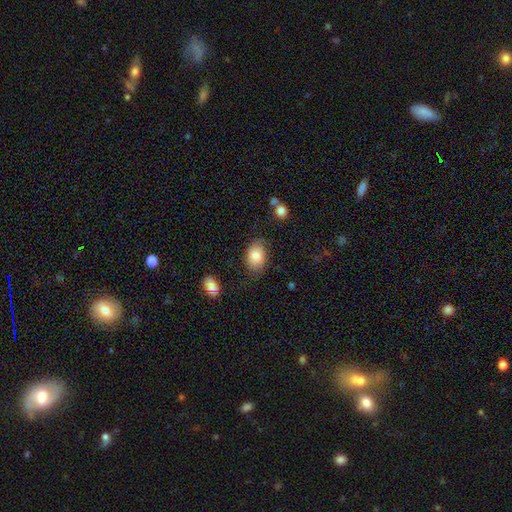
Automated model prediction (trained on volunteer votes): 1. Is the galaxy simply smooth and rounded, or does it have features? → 84% smooth, 9% featured or disk, 7% star or artifact.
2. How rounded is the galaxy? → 82% in between, 17% round, 1% cigar-shaped.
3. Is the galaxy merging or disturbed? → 73% none, 20% minor disturbance, 5% major disturbance, 2% merger.